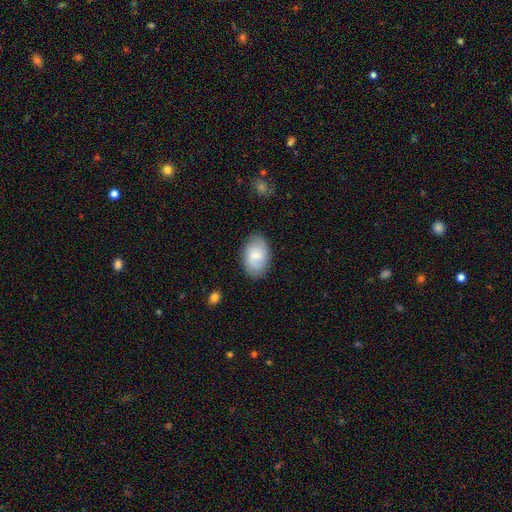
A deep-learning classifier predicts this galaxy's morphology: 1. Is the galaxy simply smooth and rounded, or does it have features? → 71% smooth, 22% featured or disk, 6% star or artifact.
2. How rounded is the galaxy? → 90% in between, 8% round, 1% cigar-shaped.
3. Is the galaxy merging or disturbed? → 83% none, 13% minor disturbance, 3% major disturbance, 1% merger.